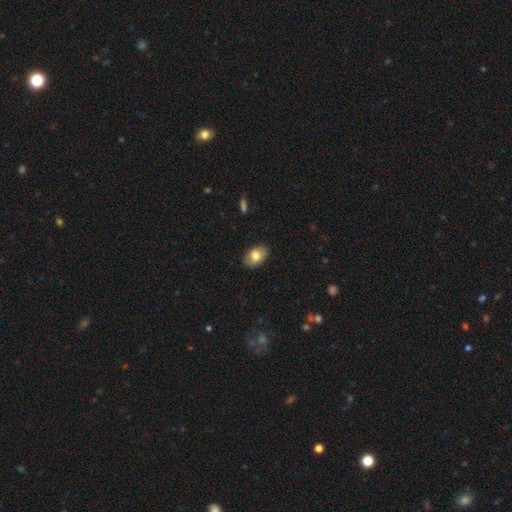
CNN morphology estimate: This is likely a smooth galaxy (77%). How rounded: clearly in between (89%). Merging: clearly none (85%).